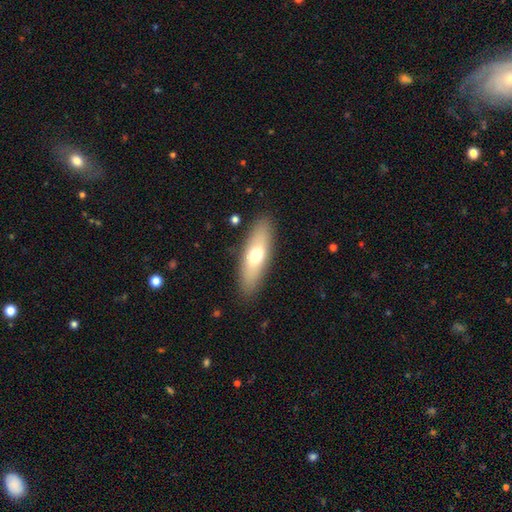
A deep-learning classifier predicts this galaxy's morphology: A smooth galaxy with no disk features (64%) that is in between round and cigar-shaped (53%). Merging: none (88%).